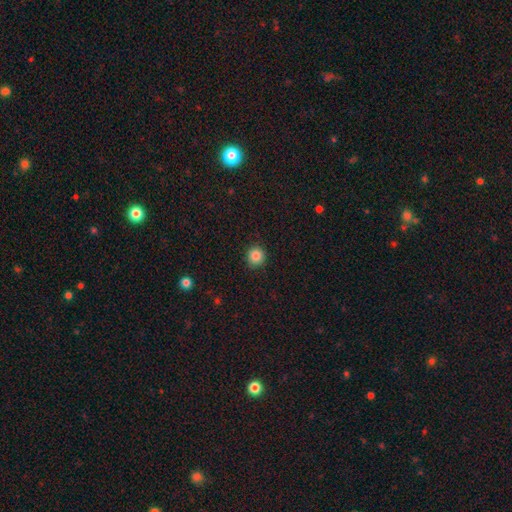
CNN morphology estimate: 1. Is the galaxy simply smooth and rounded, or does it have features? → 85% smooth, 10% star or artifact, 5% featured or disk.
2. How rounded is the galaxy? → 92% round, 7% in between, 1% cigar-shaped.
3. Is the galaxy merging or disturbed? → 91% none, 6% minor disturbance, 2% major disturbance, 1% merger.